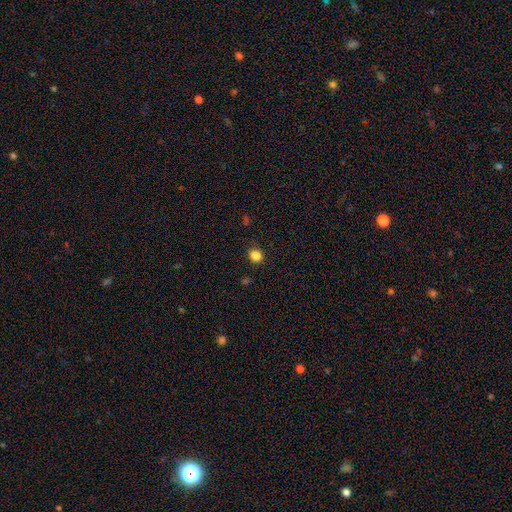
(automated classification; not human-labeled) The model was most divided on "how rounded": round: 81%, in between: 18%, cigar-shaped: 1%. More confident: merging — none (88%); smooth or featured — smooth (84%).